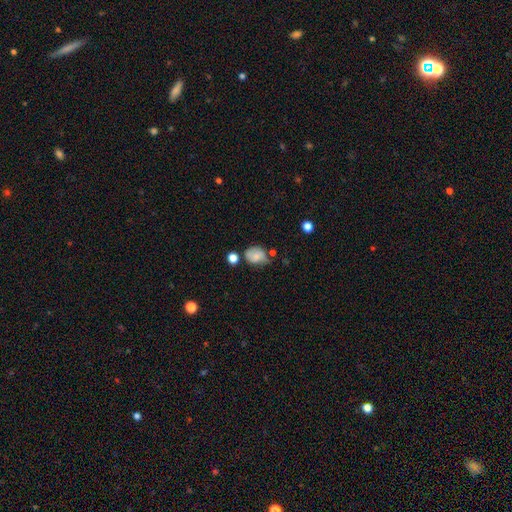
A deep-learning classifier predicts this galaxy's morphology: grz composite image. It shows a smooth galaxy with no disk features (78%) that is in between round and cigar-shaped (58%). Merging: none (48%).